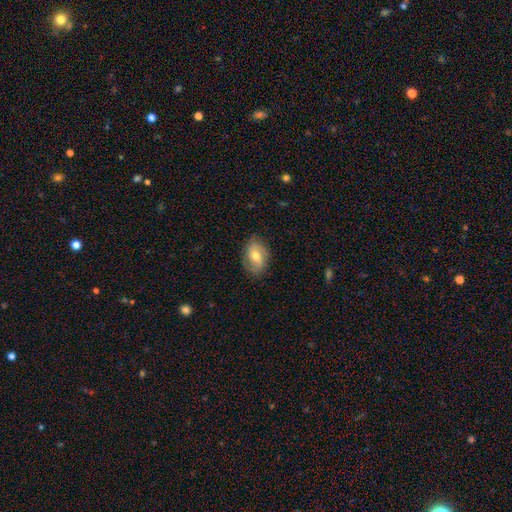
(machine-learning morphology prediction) This appears to be a smooth galaxy with no disk features (48%). Merging: none (78%).